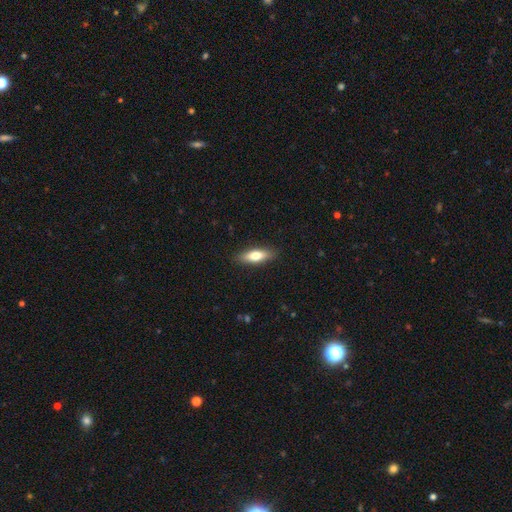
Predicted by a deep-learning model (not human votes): A smooth galaxy with no disk features (68%) that is in between round and cigar-shaped (54%).

Vote fractions:
- Smooth or featured? smooth: 68% / featured or disk: 26% / star or artifact: 6%
- How rounded? in between: 54% / cigar-shaped: 43% / round: 3%
- Merging? none: 89% / minor disturbance: 8% / major disturbance: 2% / merger: 1%